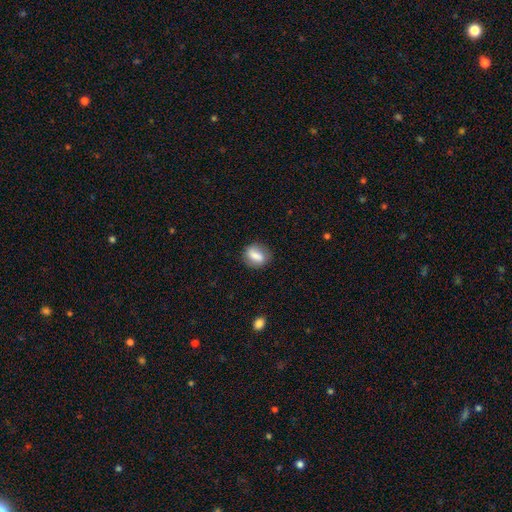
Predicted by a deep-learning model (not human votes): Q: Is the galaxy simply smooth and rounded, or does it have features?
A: smooth — 76%.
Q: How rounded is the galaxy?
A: in between — 64%.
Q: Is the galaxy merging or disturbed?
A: none — 78%.